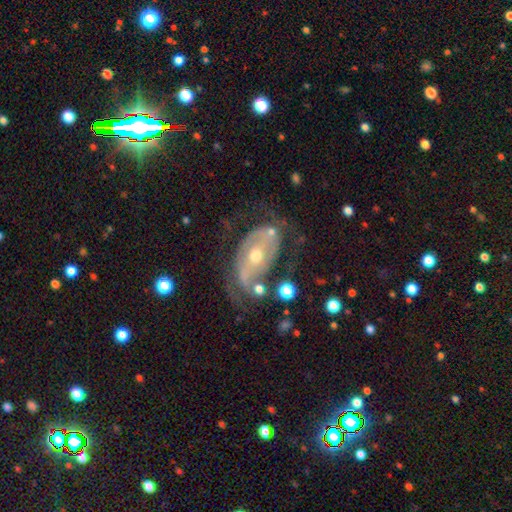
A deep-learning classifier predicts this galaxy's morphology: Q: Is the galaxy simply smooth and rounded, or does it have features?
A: featured or disk — 79%.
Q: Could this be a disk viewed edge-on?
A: no — 93%.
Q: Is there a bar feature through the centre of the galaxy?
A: no — 61%.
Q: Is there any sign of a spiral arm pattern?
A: yes — 78%.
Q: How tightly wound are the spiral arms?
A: tight — 51%.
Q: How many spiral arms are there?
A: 2 — 47%.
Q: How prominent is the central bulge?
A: moderate — 53%.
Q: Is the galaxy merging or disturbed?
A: none — 55%.